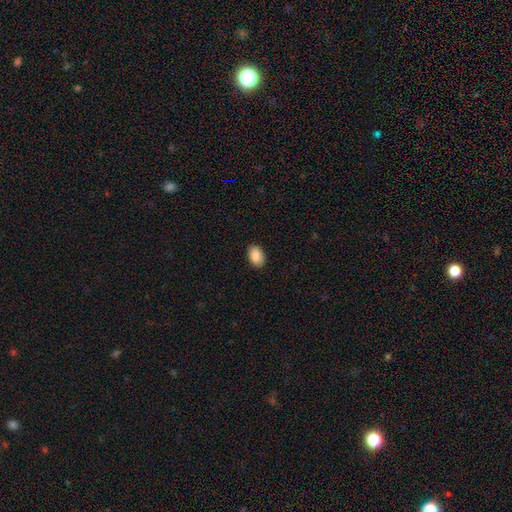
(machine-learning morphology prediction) type=smooth (89%); roundness=in between (89%); merging=none (87%).